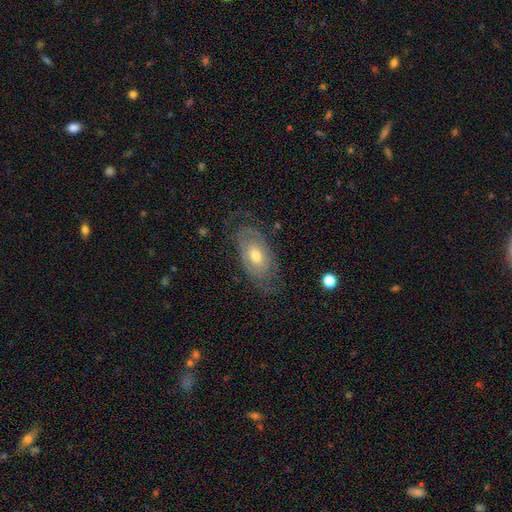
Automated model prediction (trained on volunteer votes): A featured or disk galaxy (73%) with no bar (74%), 2 (47%) tight (63%) spiral arms (77%) and a moderate central bulge (67%). Merging: none (70%).